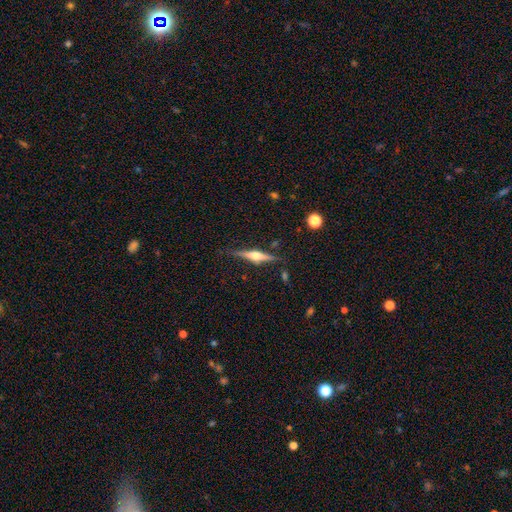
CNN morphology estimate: Q: Smooth or featured?
A: featured or disk (74%); runner-up: smooth (19%)
Q: Edge-on disk?
A: yes (98%); runner-up: no (2%)
Q: Edge-on bulge?
A: rounded (91%); runner-up: boxy (7%)
Q: Merging?
A: none (85%); runner-up: minor disturbance (11%)